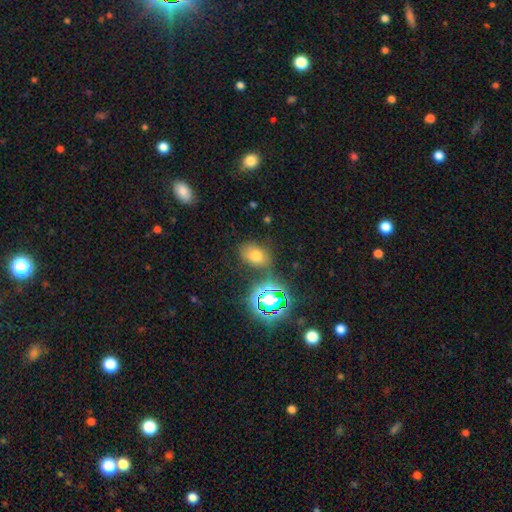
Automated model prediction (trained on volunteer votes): Smooth or featured? Predicted: smooth (p=0.63). How rounded? Predicted: in between (p=0.74). Merging? Predicted: none (p=0.71).